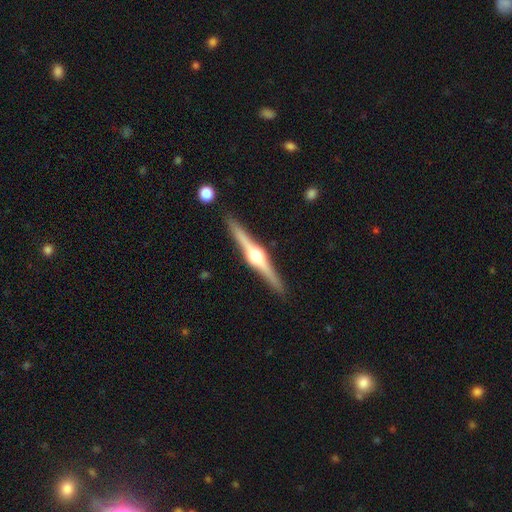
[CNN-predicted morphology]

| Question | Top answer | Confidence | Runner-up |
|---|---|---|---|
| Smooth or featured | featured or disk | 85% | smooth (11%) |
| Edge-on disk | yes | 98% | no (2%) |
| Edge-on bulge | rounded | 94% | boxy (4%) |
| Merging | none | 91% | minor disturbance (6%) |